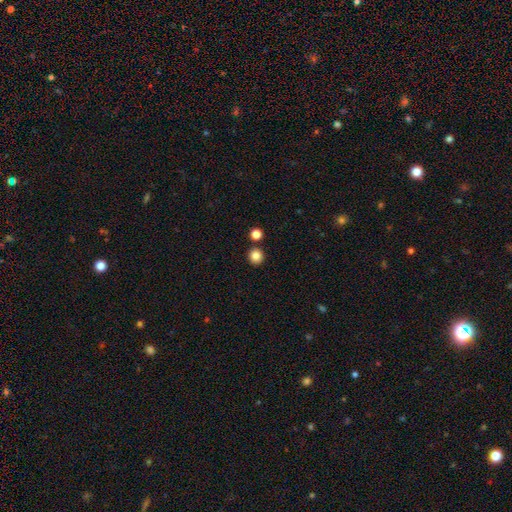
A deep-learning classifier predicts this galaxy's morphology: This appears to be a smooth galaxy with no disk features (84%) that is round (92%). Merging: none (85%).